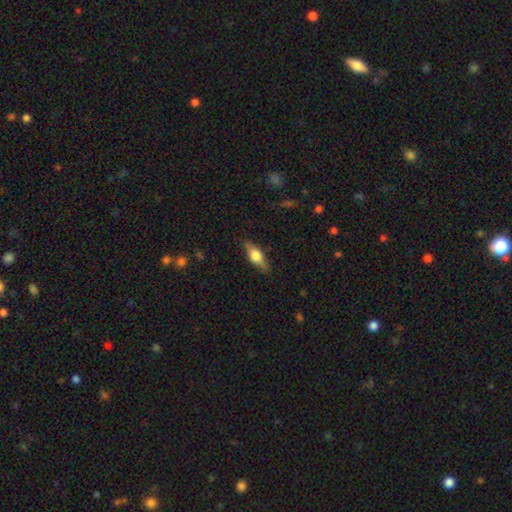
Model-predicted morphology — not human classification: This is possibly a smooth galaxy (49%). Merging: clearly none (84%).